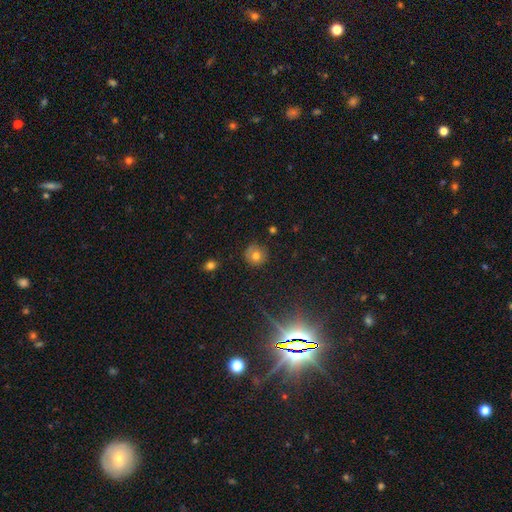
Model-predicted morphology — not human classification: smooth 73%, star or artifact 14%, featured or disk 12%. Down the decision tree: how rounded — round (92%); merging — none (84%).